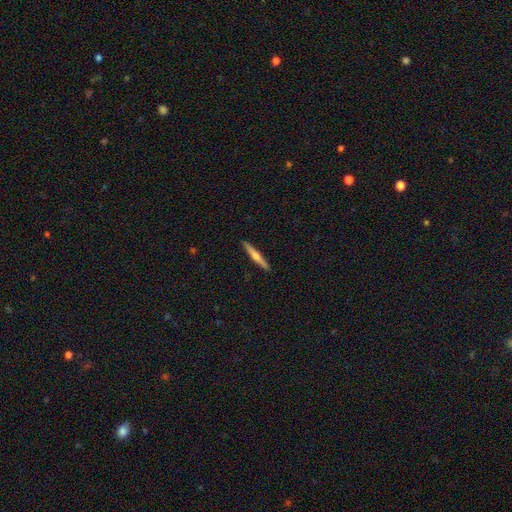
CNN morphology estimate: smooth_or_featured: featured or disk (p=0.62) [alt: smooth p=0.33]
disk_edge_on: yes (p=0.98) [alt: no p=0.02]
edge_on_bulge: rounded (p=0.85) [alt: none p=0.09]
merging: none (p=0.92) [alt: minor disturbance p=0.06]